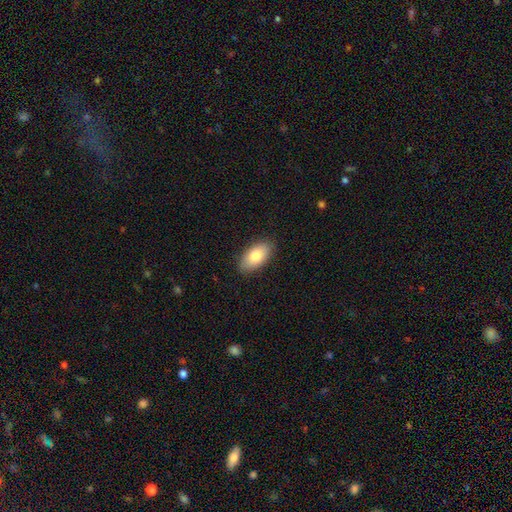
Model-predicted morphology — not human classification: Q: Smooth or featured?
A: smooth (80%); runner-up: featured or disk (14%)
Q: How rounded?
A: in between (93%); runner-up: round (3%)
Q: Merging?
A: none (87%); runner-up: minor disturbance (10%)